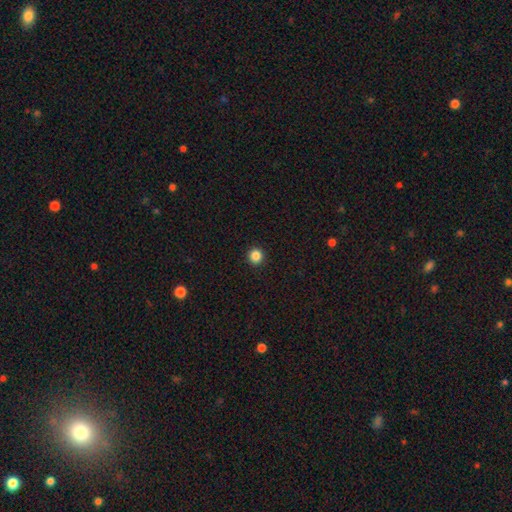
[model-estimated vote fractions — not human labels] Smooth or featured? Predicted: smooth (p=0.86). How rounded? Predicted: round (p=0.95). Merging? Predicted: none (p=0.94).